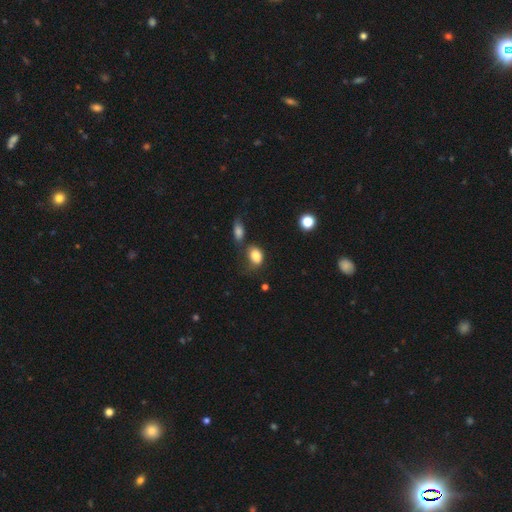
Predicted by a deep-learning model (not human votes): Smooth or featured?
  - smooth: 84% *
  - star or artifact: 9%
  - featured or disk: 8%
How rounded?
  - in between: 78% *
  - round: 20%
  - cigar-shaped: 2%
Merging?
  - none: 42% *
  - minor disturbance: 26%
  - merger: 19%
  - major disturbance: 13%